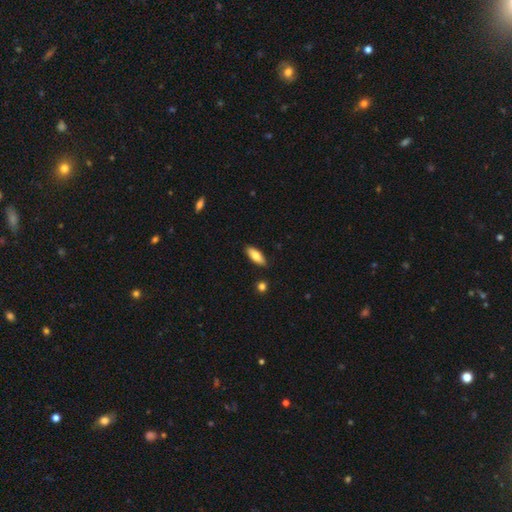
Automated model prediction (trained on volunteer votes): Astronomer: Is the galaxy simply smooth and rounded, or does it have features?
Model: smooth — 79%.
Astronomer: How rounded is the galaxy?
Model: in between — 72%.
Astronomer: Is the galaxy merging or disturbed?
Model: none — 87%.